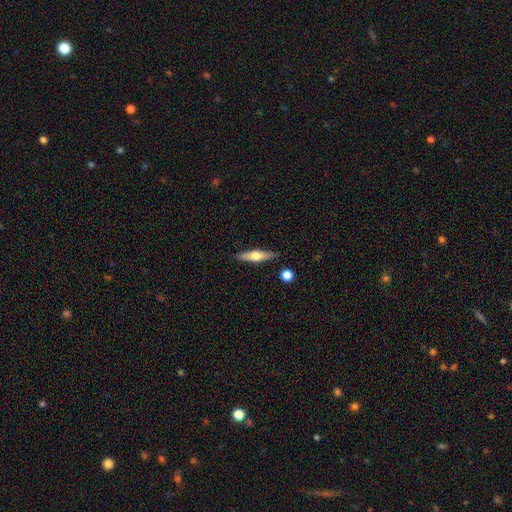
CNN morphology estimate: This is possibly a smooth galaxy (49%). Merging: clearly none (87%).